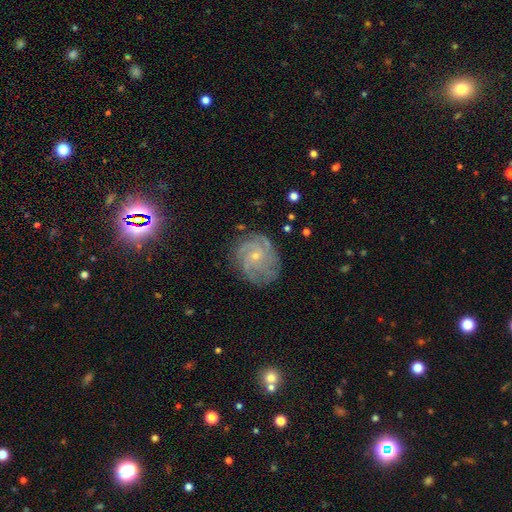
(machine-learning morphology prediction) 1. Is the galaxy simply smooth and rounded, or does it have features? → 80% featured or disk, 12% smooth, 8% star or artifact.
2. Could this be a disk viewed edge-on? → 98% no, 2% yes.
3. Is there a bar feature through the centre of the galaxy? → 75% no, 22% weak, 3% strong.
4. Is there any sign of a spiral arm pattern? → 95% yes, 5% no.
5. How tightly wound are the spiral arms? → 61% tight, 31% medium, 8% loose.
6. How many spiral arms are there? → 27% can't tell, 24% 3, 23% 4, 12% 2, 8% more than 4, 7% 1.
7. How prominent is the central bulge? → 76% small, 20% moderate, 2% none, 1% large, 1% dominant.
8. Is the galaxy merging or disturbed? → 76% none, 16% minor disturbance, 6% major disturbance, 1% merger.